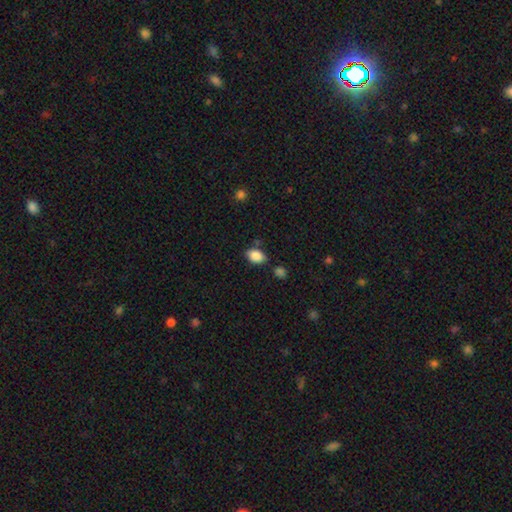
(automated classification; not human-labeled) smooth-or-featured: smooth: 87% | star or artifact: 8% | featured or disk: 5%
  how-rounded: in between: 83% | round: 15% | cigar-shaped: 1%
  merging: none: 76% | minor disturbance: 15% | merger: 6% | major disturbance: 3%